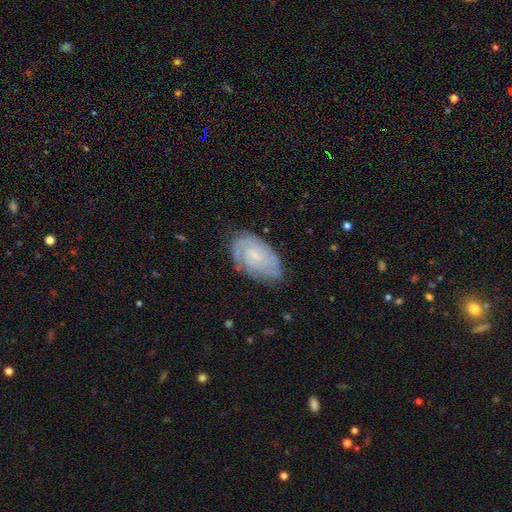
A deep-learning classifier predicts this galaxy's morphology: This appears to be a featured or disk galaxy (73%) with no bar (64%), tight (68%) spiral arms (92%) and a small central bulge (62%). Merging: none (70%).